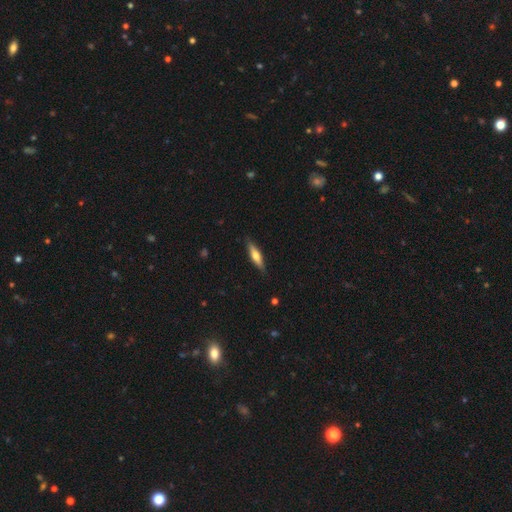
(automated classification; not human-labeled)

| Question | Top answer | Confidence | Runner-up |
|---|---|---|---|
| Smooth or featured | smooth | 54% | featured or disk (40%) |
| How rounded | cigar-shaped | 74% | in between (24%) |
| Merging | none | 87% | minor disturbance (10%) |